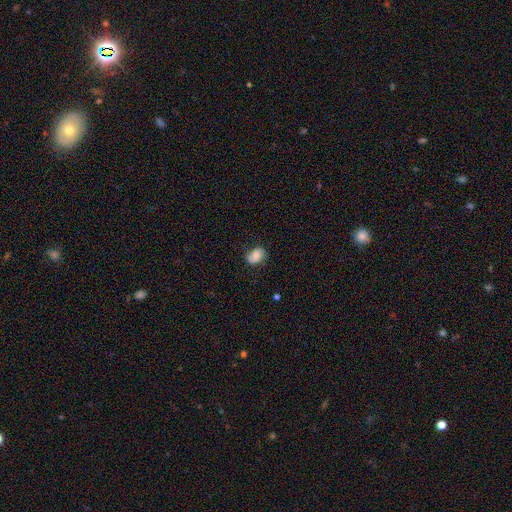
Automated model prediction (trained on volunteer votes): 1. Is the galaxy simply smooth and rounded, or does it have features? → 53% smooth, 38% featured or disk, 9% star or artifact.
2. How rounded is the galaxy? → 70% in between, 28% round, 1% cigar-shaped.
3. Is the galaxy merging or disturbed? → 69% none, 23% minor disturbance, 7% major disturbance, 2% merger.